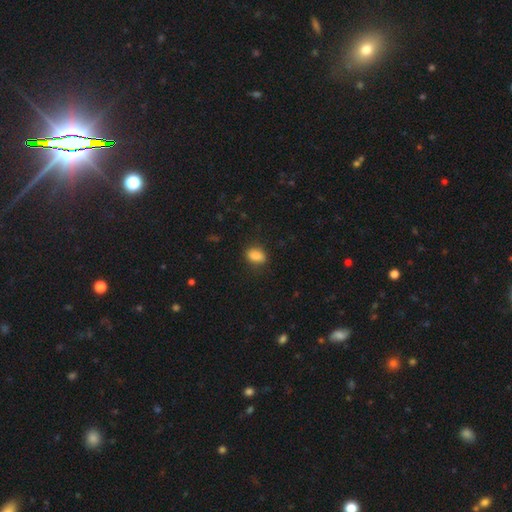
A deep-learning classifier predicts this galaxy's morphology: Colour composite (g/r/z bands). It shows a smooth galaxy with no disk features (86%) that is in between round and cigar-shaped (78%). Merging: none (81%).